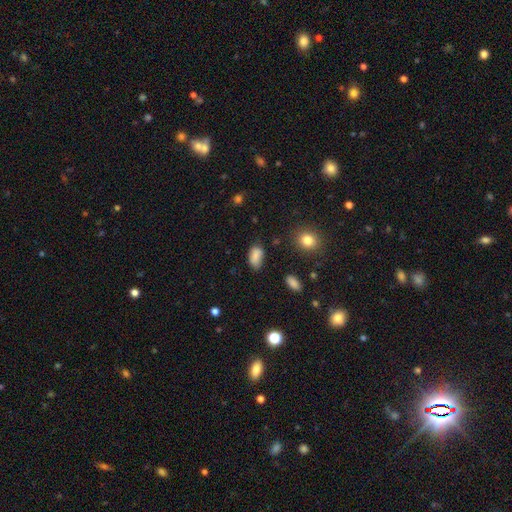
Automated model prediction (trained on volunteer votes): Smooth or featured: smooth — 82% (star or artifact — 10%)
How rounded: in between — 92% (round — 5%)
Merging: none — 63% (minor disturbance — 27%)